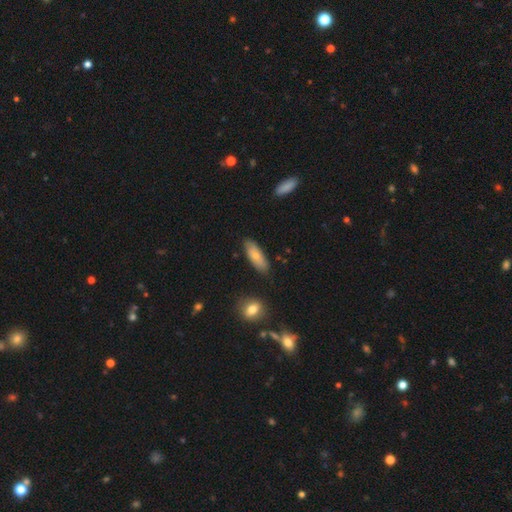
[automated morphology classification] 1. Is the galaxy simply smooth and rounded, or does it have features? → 71% smooth, 23% featured or disk, 6% star or artifact.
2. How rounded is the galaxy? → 71% in between, 27% cigar-shaped, 3% round.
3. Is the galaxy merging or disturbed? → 79% none, 16% minor disturbance, 3% major disturbance, 2% merger.